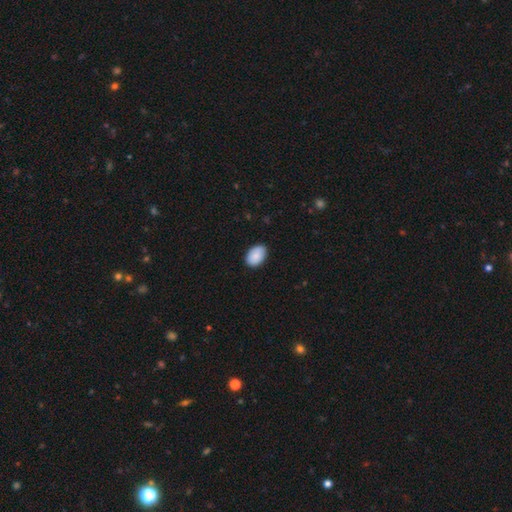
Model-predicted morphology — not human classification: Smooth or featured? smooth (87%)
How rounded? in between (87%)
Merging? none (84%)